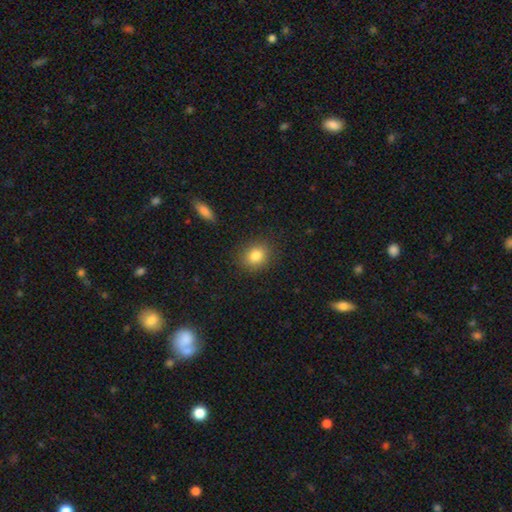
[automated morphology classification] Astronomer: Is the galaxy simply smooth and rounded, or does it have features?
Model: smooth — 83%.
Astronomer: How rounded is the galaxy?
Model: round — 66%.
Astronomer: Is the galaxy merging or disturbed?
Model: none — 87%.